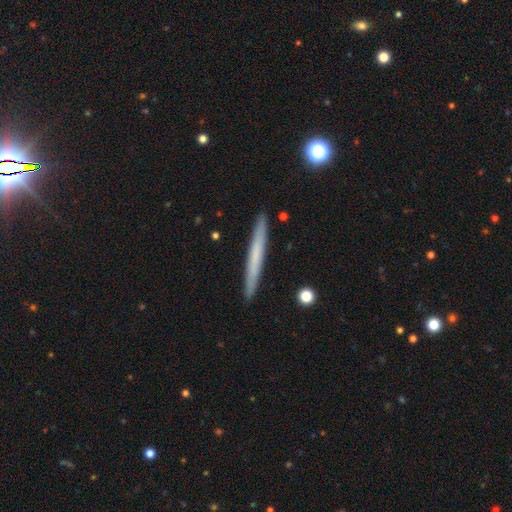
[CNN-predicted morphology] A smooth galaxy with no disk features (57%) that is cigar-shaped (97%). Merging: none (92%).